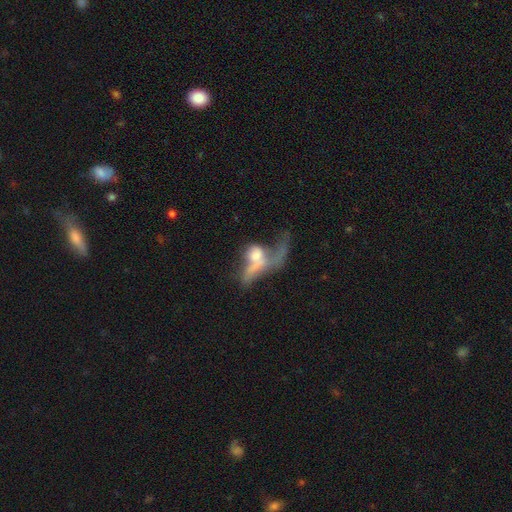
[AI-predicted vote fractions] Smooth or featured?
  - featured or disk: 45% *
  - smooth: 44%
  - star or artifact: 10%
Merging?
  - major disturbance: 40% *
  - merger: 38%
  - none: 13%
  - minor disturbance: 9%